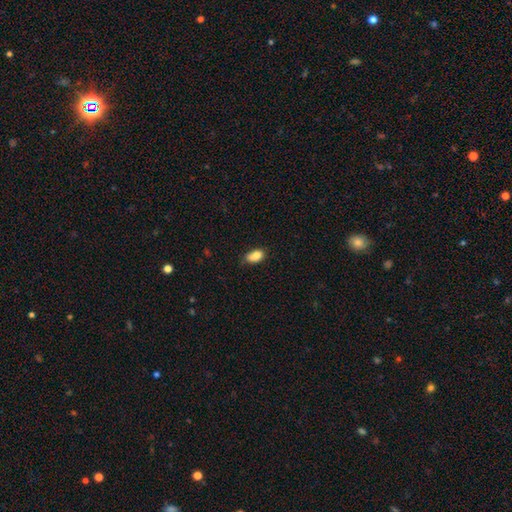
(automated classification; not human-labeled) Q: Smooth or featured?
A: smooth (85%); runner-up: star or artifact (8%)
Q: How rounded?
A: in between (90%); runner-up: round (7%)
Q: Merging?
A: none (63%); runner-up: minor disturbance (29%)